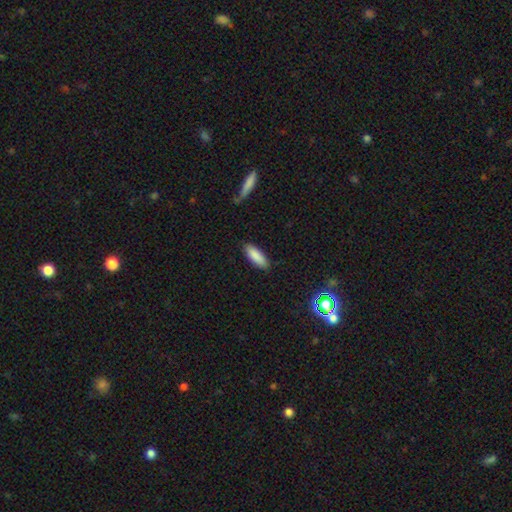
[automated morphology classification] Overall: smooth (88%). How rounded: in between (63%; cigar-shaped 35%). Merging: none (86%).